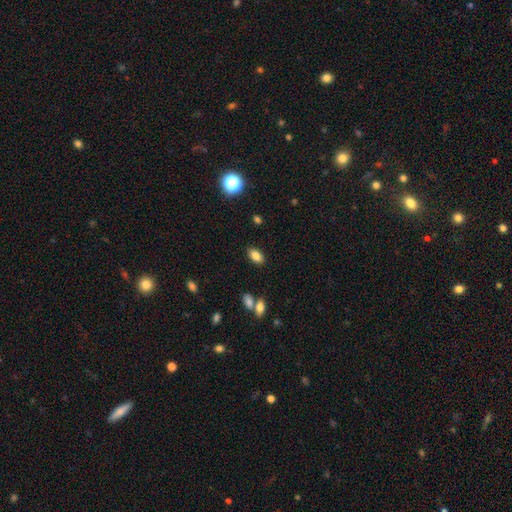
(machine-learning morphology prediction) The model was most divided on "smooth or featured": smooth: 83%, star or artifact: 10%, featured or disk: 7%. More confident: how rounded — in between (90%); merging — none (86%).